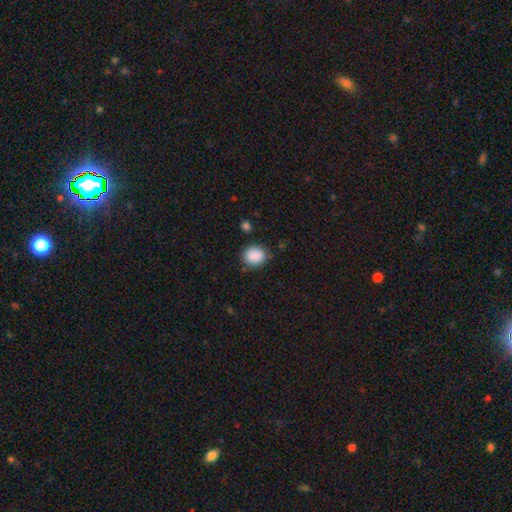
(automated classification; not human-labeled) A smooth galaxy with no disk features (89%) that is round (65%).

Vote fractions:
- Smooth or featured? smooth: 89% / star or artifact: 8% / featured or disk: 3%
- How rounded? round: 65% / in between: 34% / cigar-shaped: 1%
- Merging? none: 81% / minor disturbance: 13% / major disturbance: 4% / merger: 2%